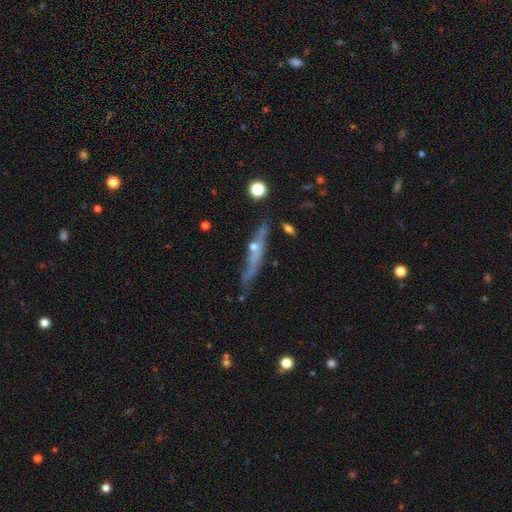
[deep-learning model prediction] featured or disk 60%, smooth 29%, star or artifact 11%. Down the decision tree: edge-on disk — yes (82%); merging — none (62%).